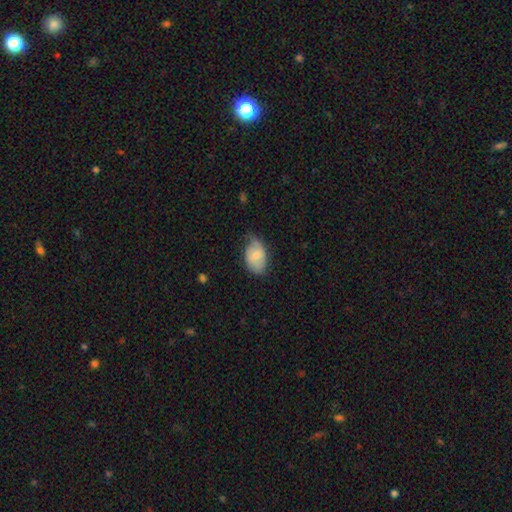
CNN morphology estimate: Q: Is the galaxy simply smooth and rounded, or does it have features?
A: smooth — 71%.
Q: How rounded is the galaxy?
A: in between — 87%.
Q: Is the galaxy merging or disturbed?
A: none — 46%.